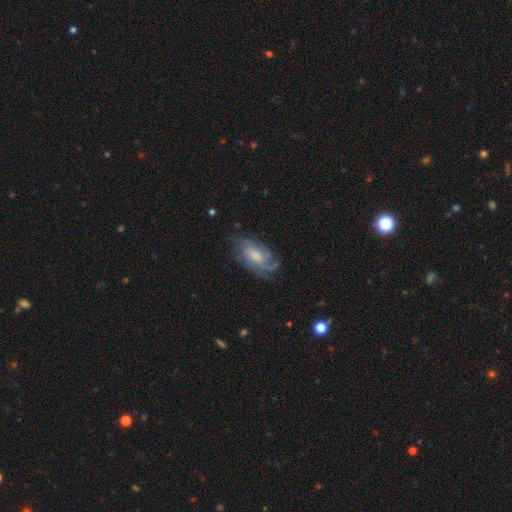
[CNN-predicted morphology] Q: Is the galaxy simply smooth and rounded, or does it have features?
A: featured or disk — 74%.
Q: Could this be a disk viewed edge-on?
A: no — 95%.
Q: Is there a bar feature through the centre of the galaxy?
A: no — 61%.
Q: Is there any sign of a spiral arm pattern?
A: yes — 93%.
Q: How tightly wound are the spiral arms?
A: tight — 47%.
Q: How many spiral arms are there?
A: can't tell — 37%.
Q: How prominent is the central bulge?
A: moderate — 46%.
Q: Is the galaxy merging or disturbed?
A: none — 67%.